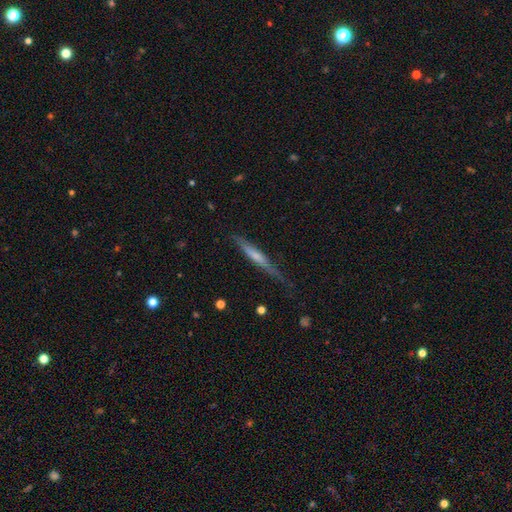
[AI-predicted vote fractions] This appears to be a featured or disk galaxy (50%) viewed edge-on (94%). Merging: none (67%).